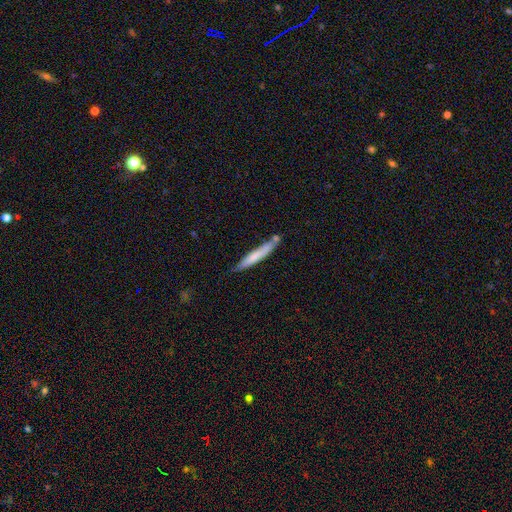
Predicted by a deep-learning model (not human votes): Smooth or featured? Predicted: smooth (p=0.67). How rounded? Predicted: cigar-shaped (p=0.94). Merging? Predicted: none (p=0.70).